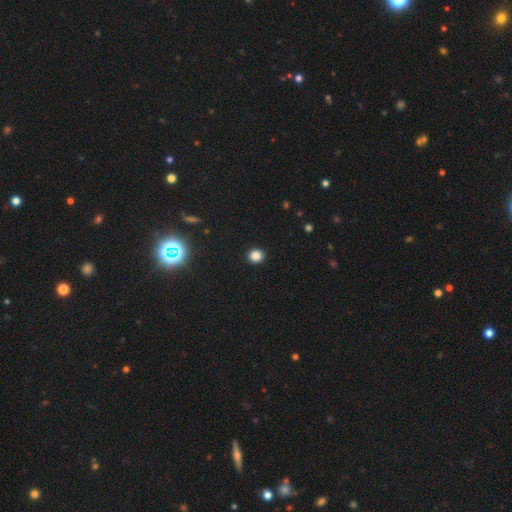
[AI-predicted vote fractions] Overall: smooth (84%). How rounded: round (90%). Merging: none (93%).